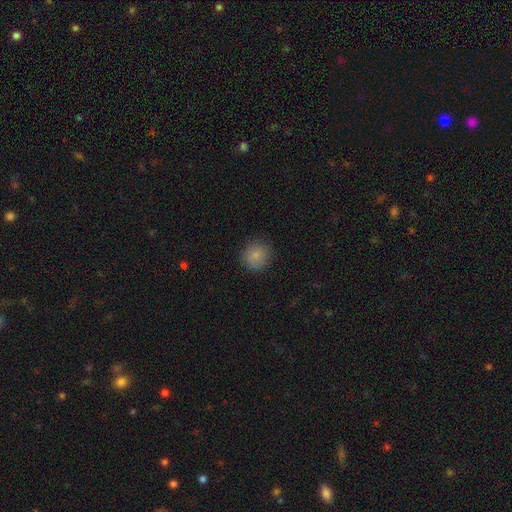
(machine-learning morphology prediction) A smooth galaxy with no disk features (84%) that is round (88%).

Vote fractions:
- Smooth or featured? smooth: 84% / star or artifact: 10% / featured or disk: 7%
- How rounded? round: 88% / in between: 11% / cigar-shaped: 1%
- Merging? none: 85% / minor disturbance: 11% / major disturbance: 3% / merger: 1%